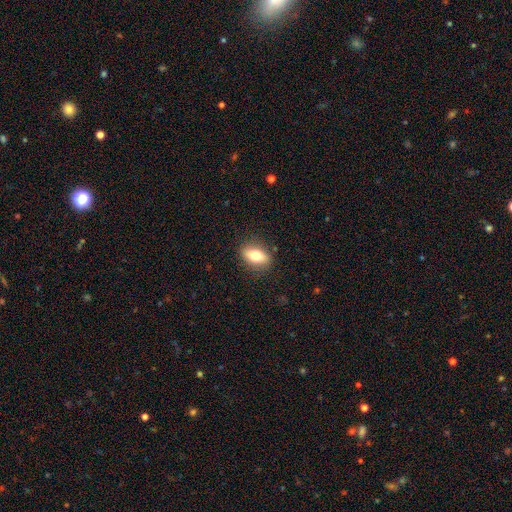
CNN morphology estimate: Overall: smooth (72%). How rounded: in between (81%). Merging: none (85%).